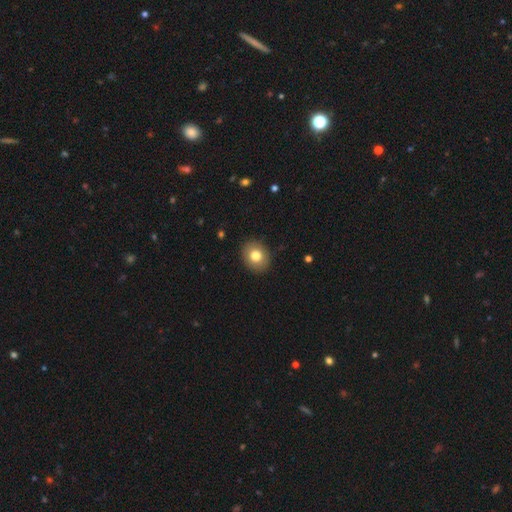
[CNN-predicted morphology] Smooth or featured? Predicted: smooth (p=0.79). How rounded? Predicted: round (p=0.64). Merging? Predicted: none (p=0.90).